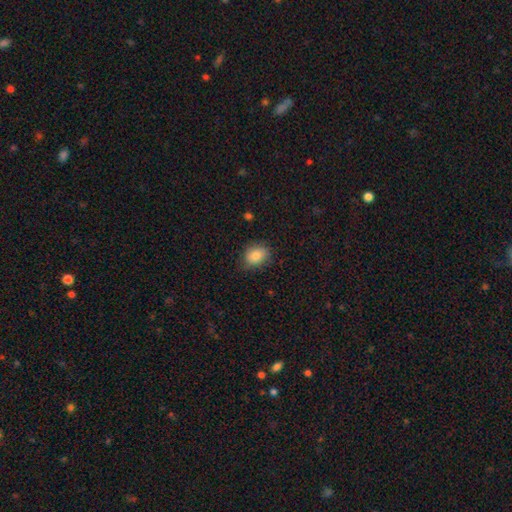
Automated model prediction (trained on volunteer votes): smooth-or-featured: smooth: 85% | star or artifact: 8% | featured or disk: 7%
  how-rounded: in between: 59% | round: 39% | cigar-shaped: 1%
  merging: none: 79% | minor disturbance: 16% | major disturbance: 4% | merger: 1%